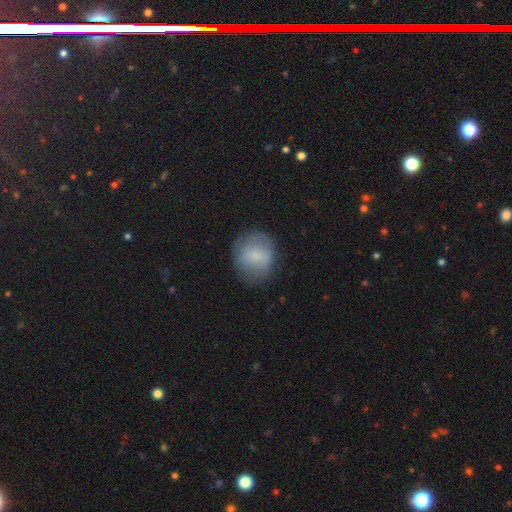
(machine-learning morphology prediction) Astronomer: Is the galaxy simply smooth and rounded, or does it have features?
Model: smooth — 76%.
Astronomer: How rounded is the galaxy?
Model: round — 79%.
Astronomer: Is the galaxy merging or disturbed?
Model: none — 76%.